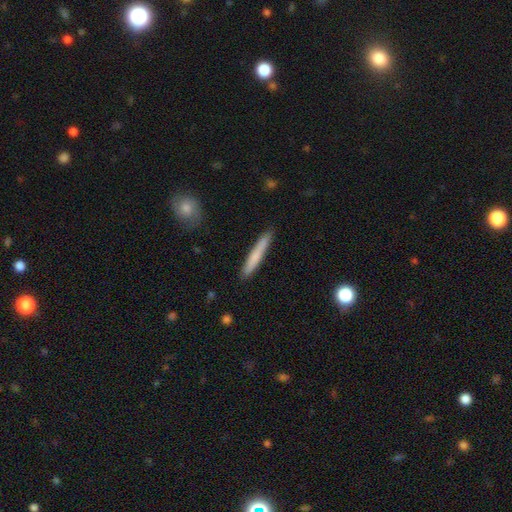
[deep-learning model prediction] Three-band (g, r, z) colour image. It shows a smooth galaxy with no disk features (70%) that is cigar-shaped (95%). Merging: none (88%).